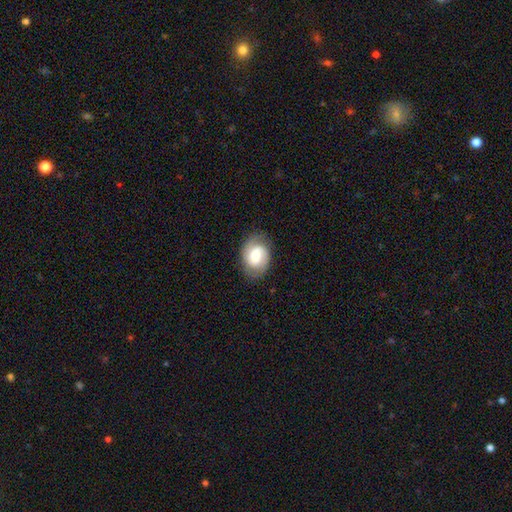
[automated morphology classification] Smooth or featured? featured or disk (60%)
Edge-on disk? no (97%)
Bar? weak (45%)
Spiral arms? yes (90%)
Spiral winding? medium (44%)
Spiral arm count? 2 (82%)
Bulge size? moderate (44%)
Merging? none (78%)